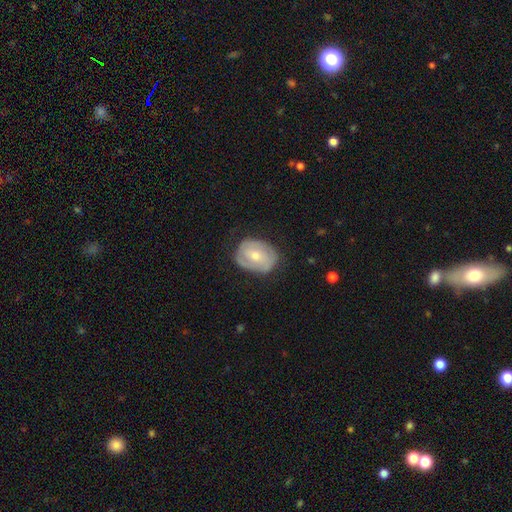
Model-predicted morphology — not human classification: This appears to be a featured or disk galaxy (54%) with no bar (54%), spiral arms (64%) and a moderate central bulge (51%). Merging: none (69%).